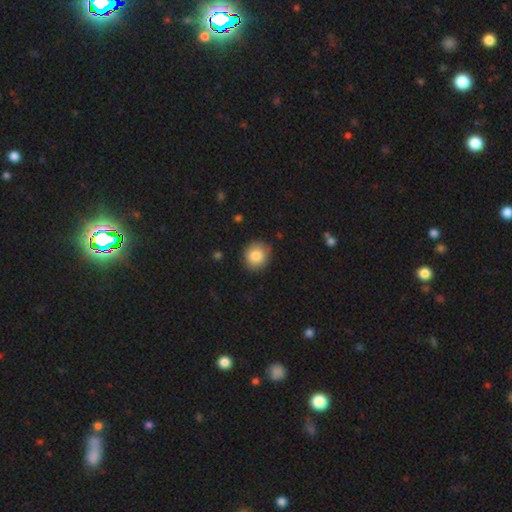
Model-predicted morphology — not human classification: A smooth galaxy with no disk features (85%) that is round (86%). Merging: none (85%).